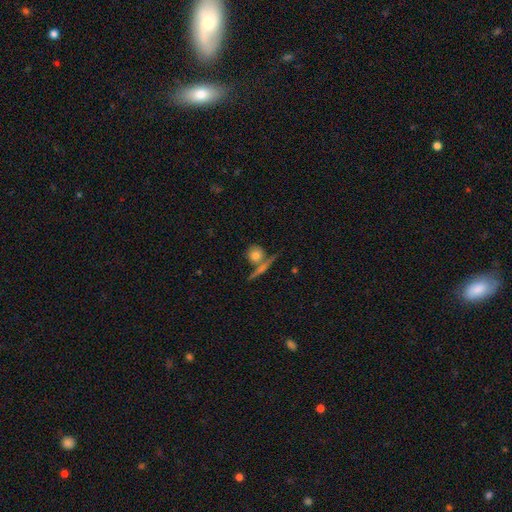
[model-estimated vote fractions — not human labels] The model was most divided on "merging": none: 59%, merger: 25%, minor disturbance: 11%, major disturbance: 5%. More confident: how rounded — round (80%); smooth or featured — smooth (68%).